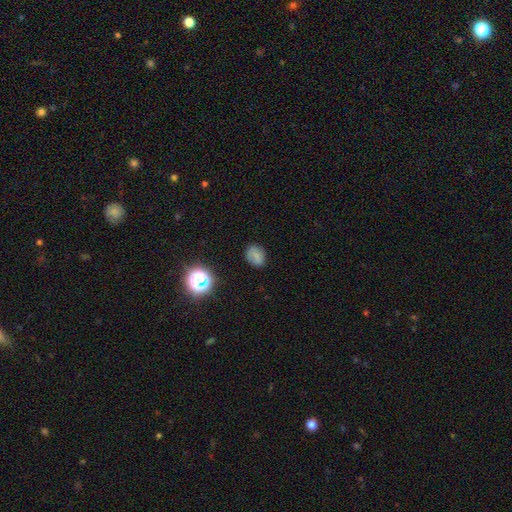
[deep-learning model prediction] smooth_or_featured: smooth (p=0.71) [alt: star or artifact p=0.18]
how_rounded: in between (p=0.59) [alt: round p=0.40]
merging: none (p=0.78) [alt: minor disturbance p=0.16]